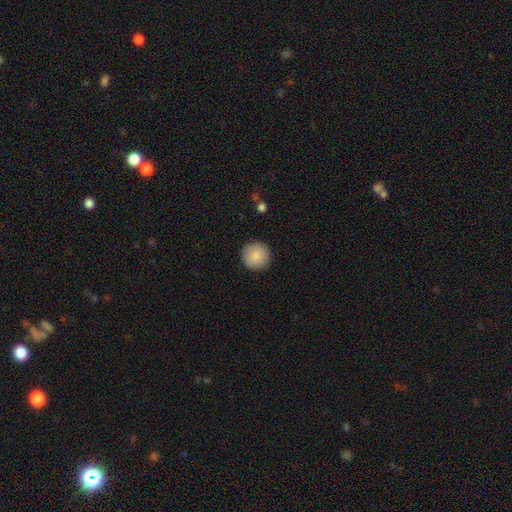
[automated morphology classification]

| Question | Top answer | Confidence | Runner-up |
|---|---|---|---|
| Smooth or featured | smooth | 87% | star or artifact (7%) |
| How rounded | round | 96% | in between (3%) |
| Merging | none | 92% | minor disturbance (6%) |